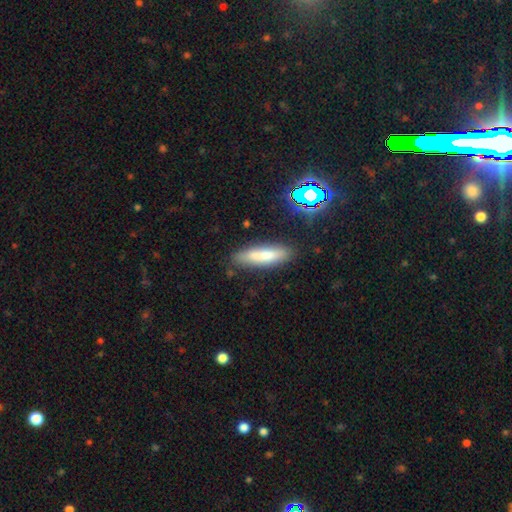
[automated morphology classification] A smooth galaxy with no disk features (72%) that is cigar-shaped (67%). Merging: none (80%).